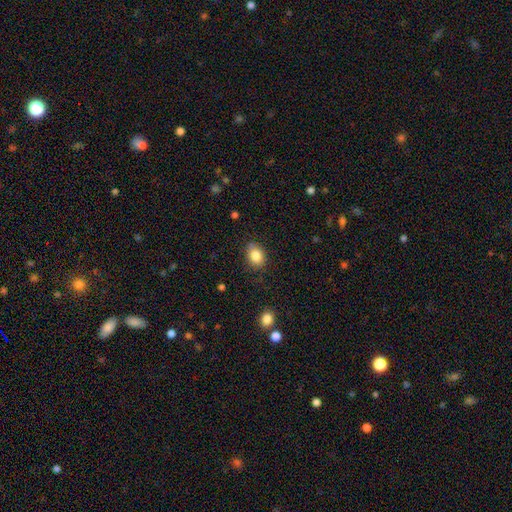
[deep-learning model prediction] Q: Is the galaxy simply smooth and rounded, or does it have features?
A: smooth — 85%.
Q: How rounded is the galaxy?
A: in between — 70%.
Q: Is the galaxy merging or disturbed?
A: none — 81%.